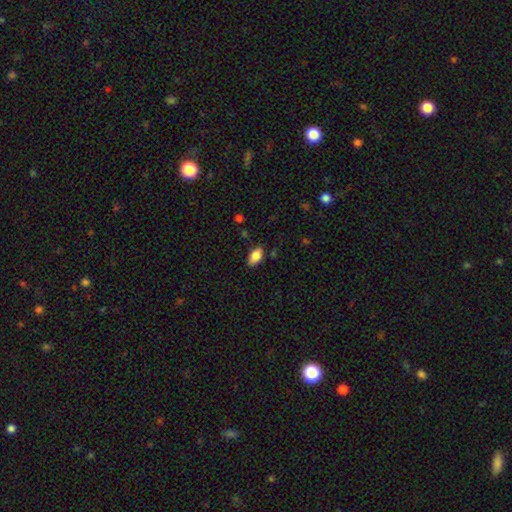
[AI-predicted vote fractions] Overall: smooth (85%). How rounded: in between (92%). Merging: none (81%).